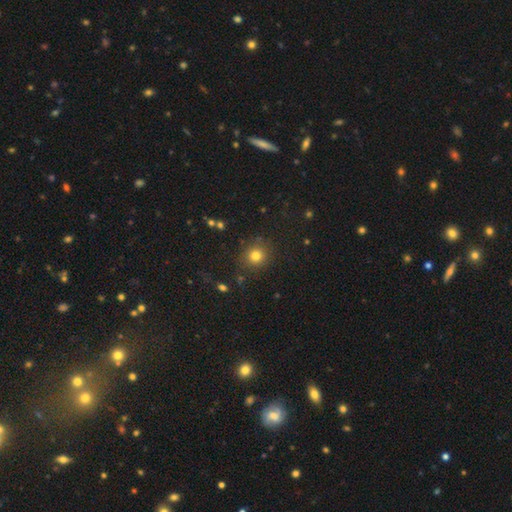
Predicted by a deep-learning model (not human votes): smooth 80%, star or artifact 14%, featured or disk 6%. Down the decision tree: how rounded — round (87%); merging — none (85%).